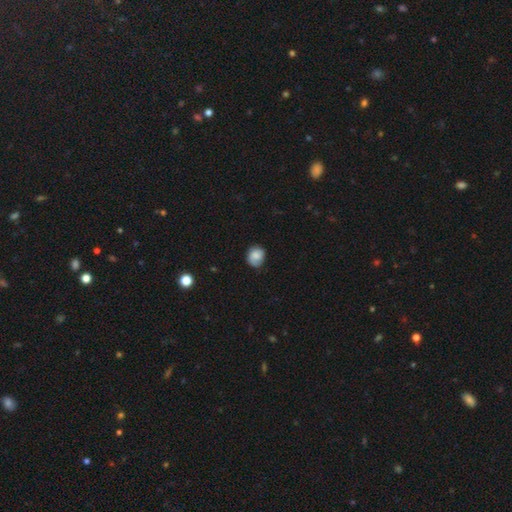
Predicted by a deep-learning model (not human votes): smooth_or_featured: smooth (p=0.77) [alt: featured or disk p=0.15]
how_rounded: round (p=0.67) [alt: in between p=0.32]
merging: none (p=0.67) [alt: minor disturbance p=0.25]